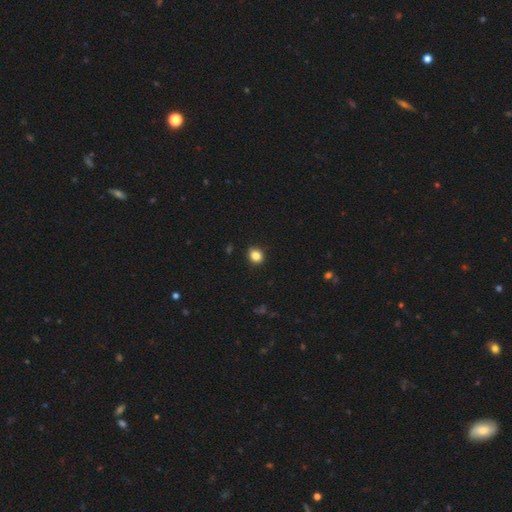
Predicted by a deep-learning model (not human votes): smooth_or_featured: smooth (p=0.84) [alt: star or artifact p=0.11]
how_rounded: round (p=0.67) [alt: in between p=0.32]
merging: none (p=0.85) [alt: minor disturbance p=0.12]